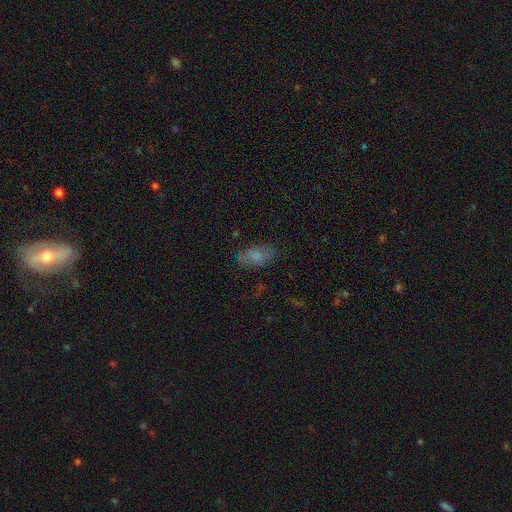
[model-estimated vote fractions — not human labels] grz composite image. It shows a smooth galaxy with no disk features (74%) that is in between round and cigar-shaped (91%). Merging: none (71%).